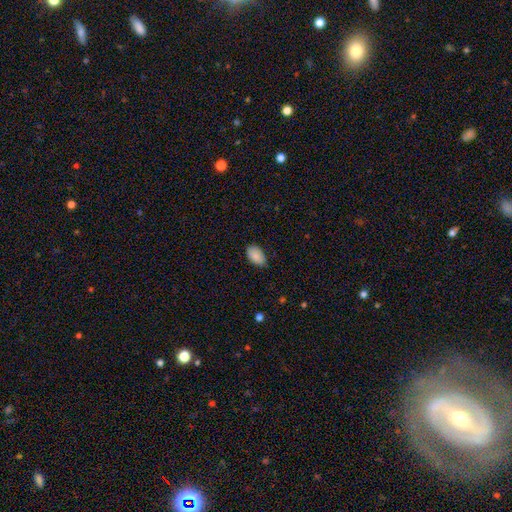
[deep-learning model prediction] Smooth or featured: smooth — 87% (star or artifact — 7%)
How rounded: in between — 93% (round — 6%)
Merging: none — 79% (minor disturbance — 17%)